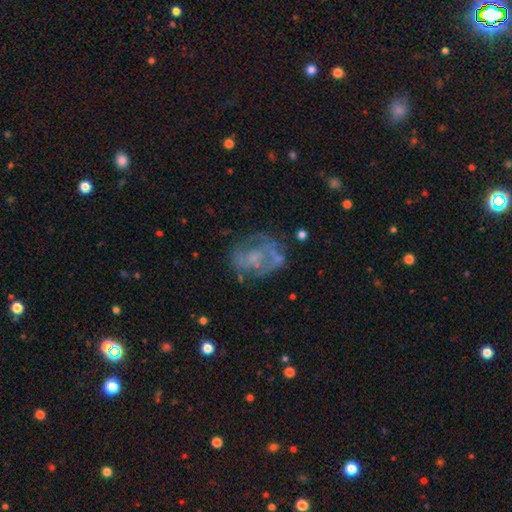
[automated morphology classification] Smooth or featured? Predicted: featured or disk (p=0.64). Edge-on disk? Predicted: no (p=0.97). Bar? Predicted: no (p=0.72). Spiral arms? Predicted: yes (p=0.50, tied with no). Bulge size? Predicted: small (p=0.40). Merging? Predicted: none (p=0.59).